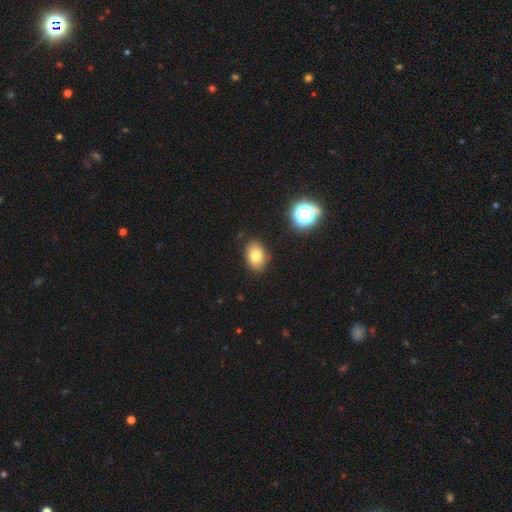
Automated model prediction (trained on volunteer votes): A smooth galaxy with no disk features (77%) that is in between round and cigar-shaped (80%).

Vote fractions:
- Smooth or featured? smooth: 77% / featured or disk: 12% / star or artifact: 11%
- How rounded? in between: 80% / round: 19% / cigar-shaped: 1%
- Merging? none: 85% / minor disturbance: 11% / major disturbance: 2% / merger: 2%